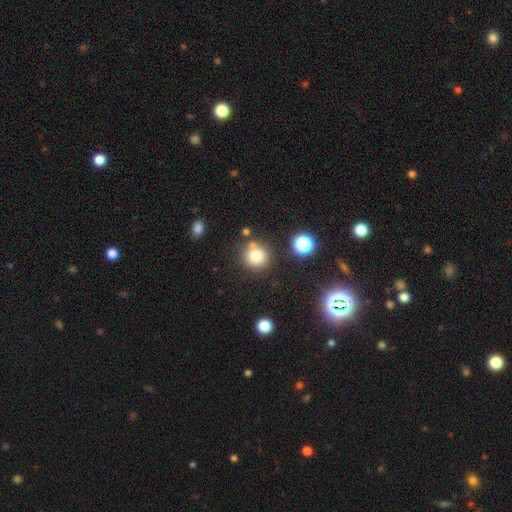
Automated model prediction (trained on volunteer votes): A smooth galaxy with no disk features (80%) that is round (90%).

Vote fractions:
- Smooth or featured? smooth: 80% / star or artifact: 13% / featured or disk: 7%
- How rounded? round: 90% / in between: 9% / cigar-shaped: 1%
- Merging? none: 73% / merger: 12% / minor disturbance: 12% / major disturbance: 4%